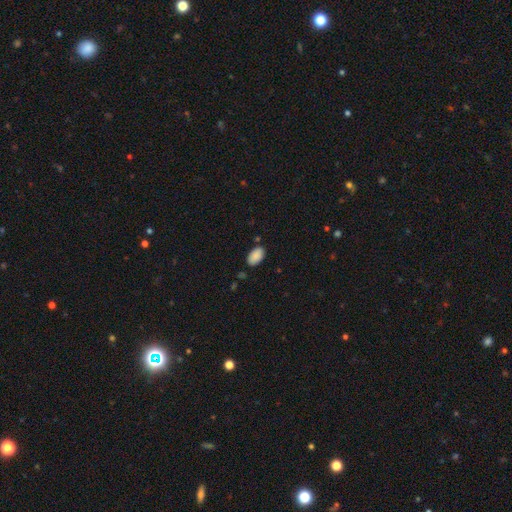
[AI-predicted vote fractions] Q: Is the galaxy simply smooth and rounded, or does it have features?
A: smooth — 89%.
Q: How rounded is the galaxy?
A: in between — 94%.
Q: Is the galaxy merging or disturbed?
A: none — 83%.